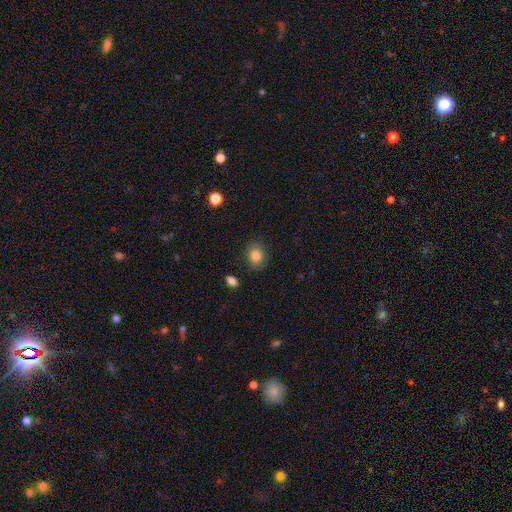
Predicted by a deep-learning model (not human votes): smooth-or-featured: smooth: 83% | star or artifact: 10% | featured or disk: 8%
  how-rounded: round: 55% | in between: 44% | cigar-shaped: 1%
  merging: none: 82% | minor disturbance: 13% | major disturbance: 3% | merger: 2%